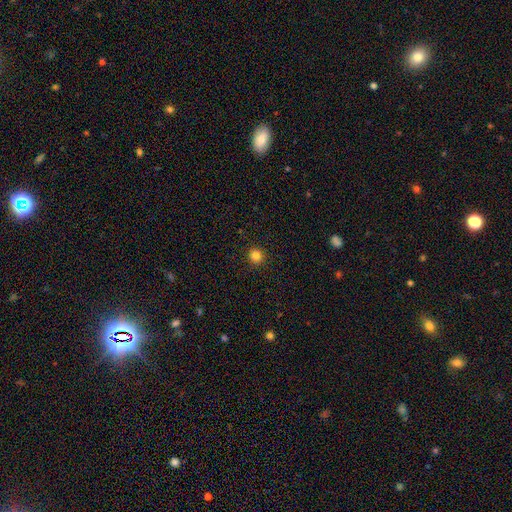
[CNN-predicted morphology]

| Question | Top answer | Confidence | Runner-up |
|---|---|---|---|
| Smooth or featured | smooth | 83% | star or artifact (12%) |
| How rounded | round | 93% | in between (6%) |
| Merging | none | 93% | minor disturbance (5%) |